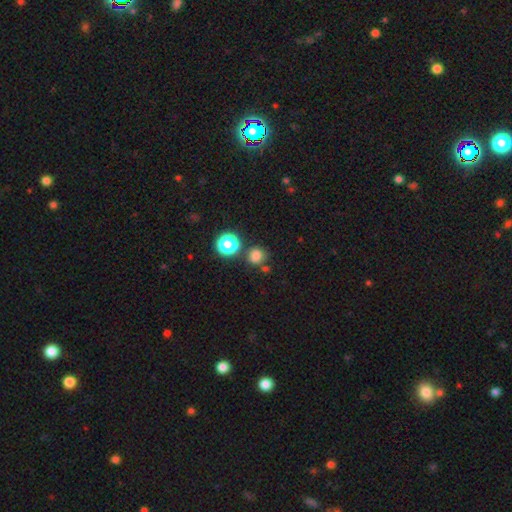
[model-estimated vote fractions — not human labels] Smooth or featured: smooth — 77% (star or artifact — 18%)
How rounded: round — 84% (in between — 15%)
Merging: none — 72% (merger — 12%)